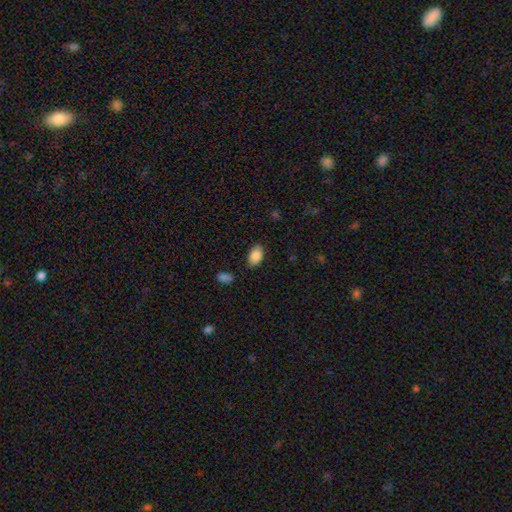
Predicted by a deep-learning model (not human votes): Smooth or featured: smooth — 88% (star or artifact — 7%)
How rounded: in between — 92% (round — 6%)
Merging: none — 82% (minor disturbance — 13%)